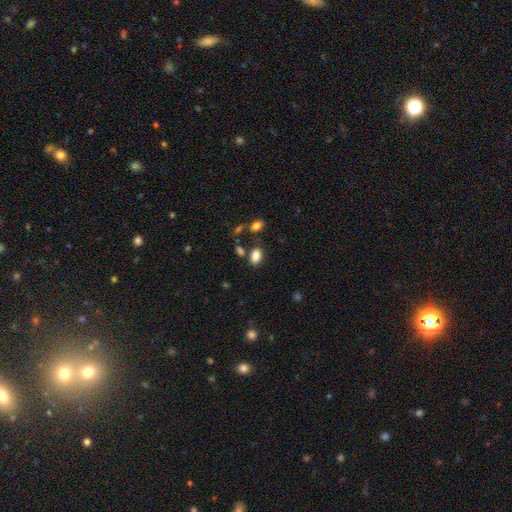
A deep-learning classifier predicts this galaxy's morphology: A smooth galaxy with no disk features (86%) that is in between round and cigar-shaped (87%). Merging: none (76%).